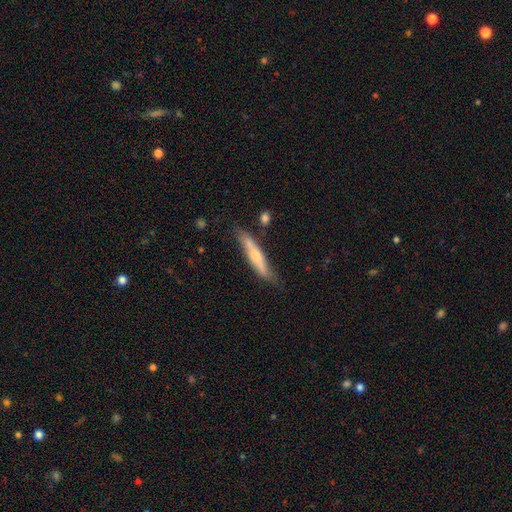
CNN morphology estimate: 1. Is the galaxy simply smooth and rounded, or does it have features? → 47% featured or disk, 46% smooth, 6% star or artifact.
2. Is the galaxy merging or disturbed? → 69% none, 21% minor disturbance, 6% merger, 5% major disturbance.